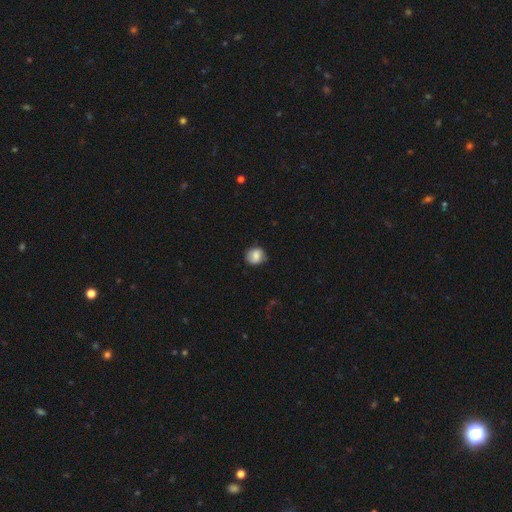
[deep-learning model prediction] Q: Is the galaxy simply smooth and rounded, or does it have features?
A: smooth — 75%.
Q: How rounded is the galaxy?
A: round — 77%.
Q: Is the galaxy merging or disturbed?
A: none — 73%.